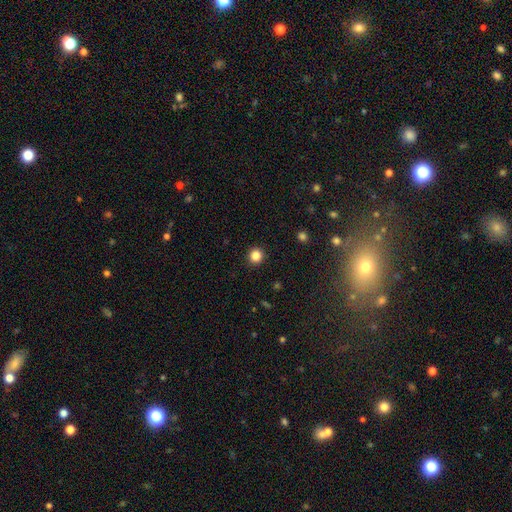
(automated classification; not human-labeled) Overall: smooth (85%). How rounded: round (94%). Merging: none (93%).